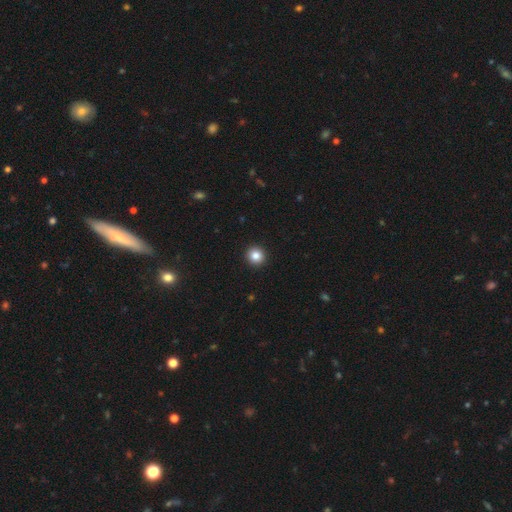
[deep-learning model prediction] smooth_or_featured: smooth (p=0.85) [alt: star or artifact p=0.10]
how_rounded: round (p=0.94) [alt: in between p=0.05]
merging: none (p=0.94) [alt: minor disturbance p=0.04]